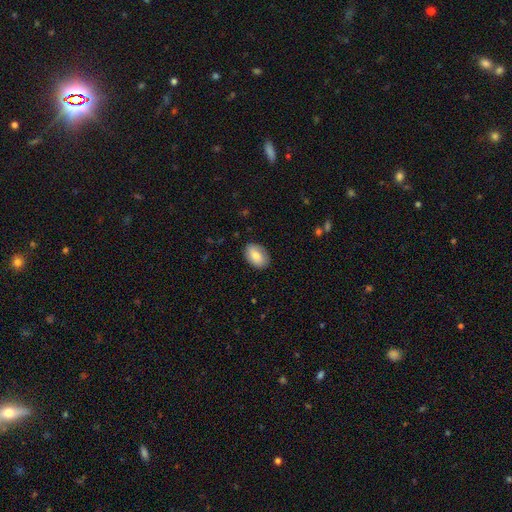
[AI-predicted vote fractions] Smooth or featured? smooth (78%)
How rounded? in between (88%)
Merging? none (84%)